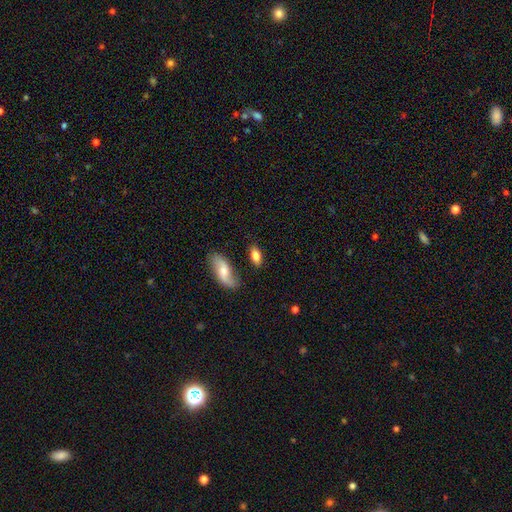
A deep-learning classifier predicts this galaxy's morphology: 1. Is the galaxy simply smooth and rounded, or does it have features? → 80% smooth, 13% featured or disk, 7% star or artifact.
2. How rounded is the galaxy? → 85% in between, 10% cigar-shaped, 5% round.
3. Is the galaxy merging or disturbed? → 78% none, 13% minor disturbance, 5% merger, 4% major disturbance.